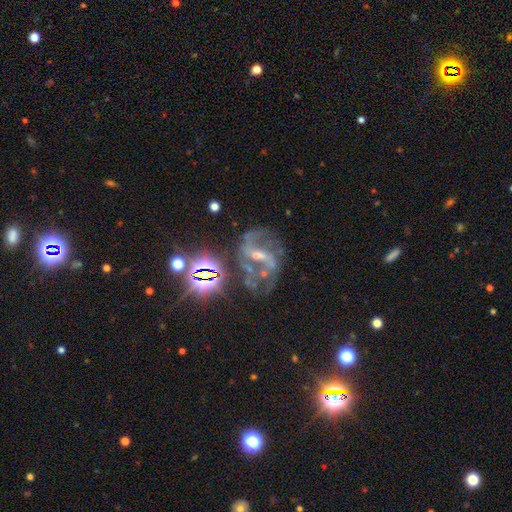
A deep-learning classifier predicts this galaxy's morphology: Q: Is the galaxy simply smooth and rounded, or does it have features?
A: featured or disk — 71%.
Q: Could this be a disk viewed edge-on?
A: no — 96%.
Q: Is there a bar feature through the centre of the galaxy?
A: strong — 44%.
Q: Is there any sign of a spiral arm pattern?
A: yes — 89%.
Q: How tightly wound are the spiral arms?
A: medium — 49%.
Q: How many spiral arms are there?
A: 2 — 63%.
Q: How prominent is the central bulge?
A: small — 63%.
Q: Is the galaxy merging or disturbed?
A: none — 56%.